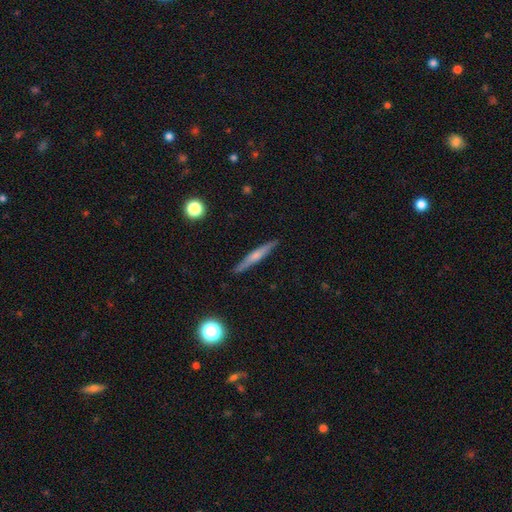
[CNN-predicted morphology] Smooth or featured? featured or disk (52%)
Edge-on disk? yes (96%)
Edge-on bulge? rounded (63%)
Merging? none (90%)